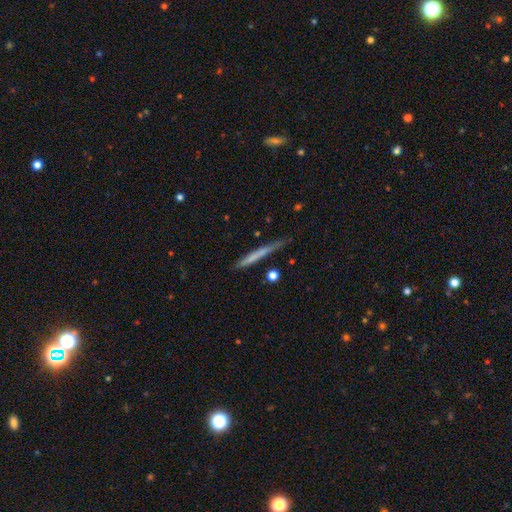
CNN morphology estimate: smooth-or-featured: smooth: 58% | featured or disk: 36% | star or artifact: 6%
  how-rounded: cigar-shaped: 96% | in between: 2% | round: 2%
  merging: none: 77% | minor disturbance: 17% | major disturbance: 3% | merger: 3%